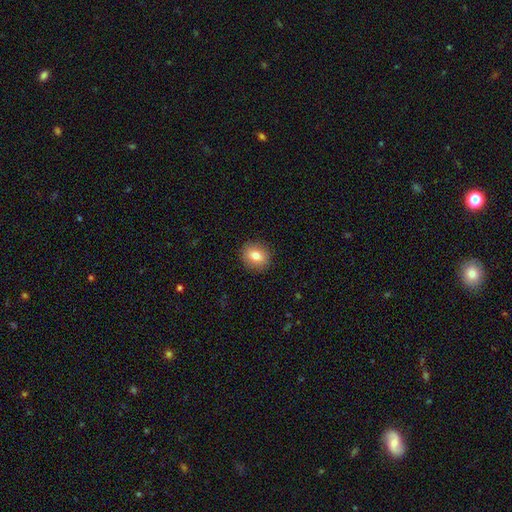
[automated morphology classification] This is likely a smooth galaxy (80%). How rounded: likely round (75%). Merging: clearly none (90%).